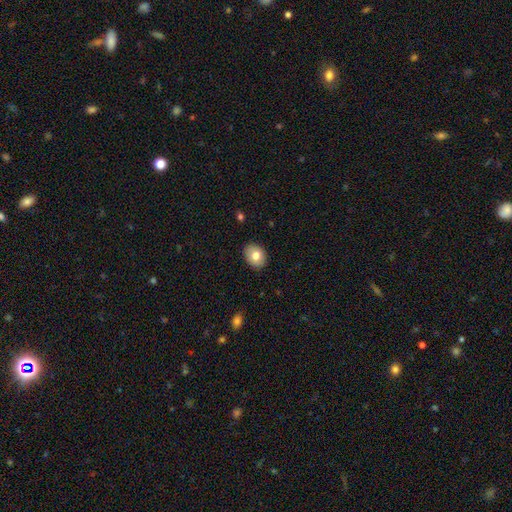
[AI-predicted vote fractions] Smooth or featured? smooth (78%)
How rounded? in between (63%)
Merging? none (88%)